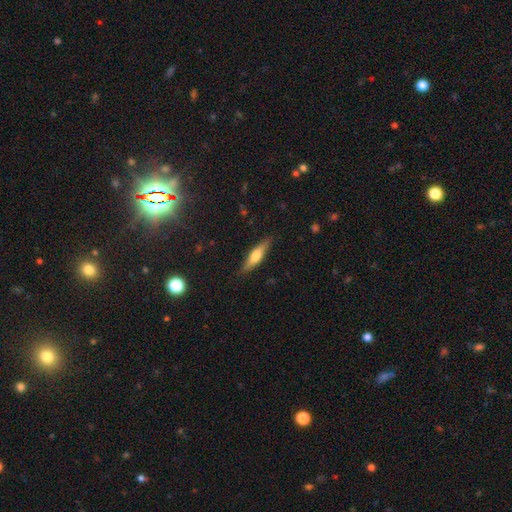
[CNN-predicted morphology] Overall: smooth (52%; featured or disk 42%). How rounded: cigar-shaped (73%). Merging: none (86%).